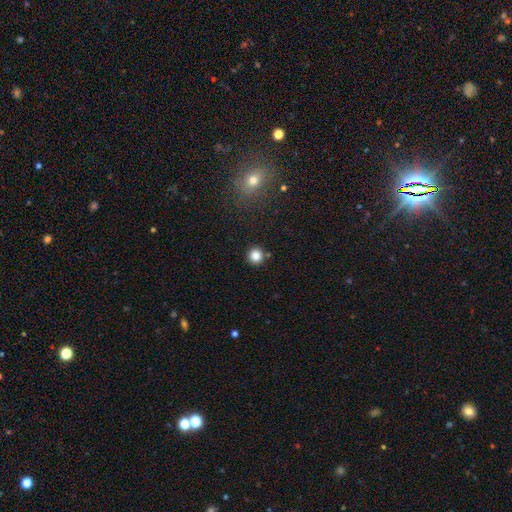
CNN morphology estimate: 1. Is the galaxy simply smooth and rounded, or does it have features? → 85% smooth, 11% star or artifact, 4% featured or disk.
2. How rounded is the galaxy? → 94% round, 5% in between, 1% cigar-shaped.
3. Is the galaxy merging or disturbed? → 88% none, 6% minor disturbance, 4% merger, 2% major disturbance.